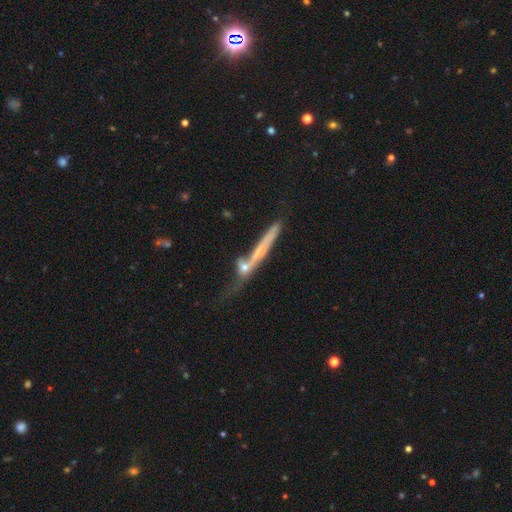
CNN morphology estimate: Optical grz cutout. It shows a featured or disk galaxy (55%) viewed edge-on (87%). Merging: none (55%).